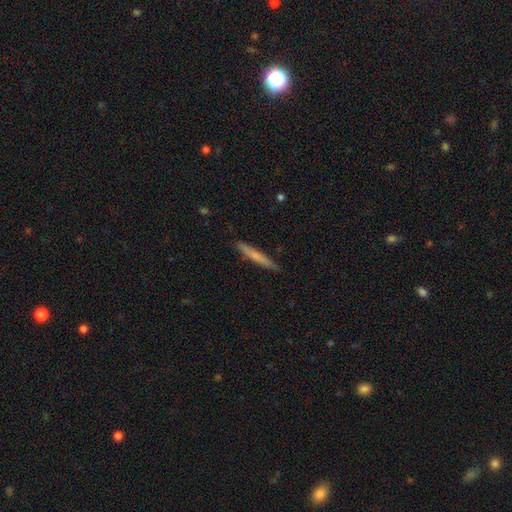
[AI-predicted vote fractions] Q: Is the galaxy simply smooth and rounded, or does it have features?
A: smooth — 62%.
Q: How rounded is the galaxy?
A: cigar-shaped — 96%.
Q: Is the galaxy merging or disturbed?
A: none — 89%.